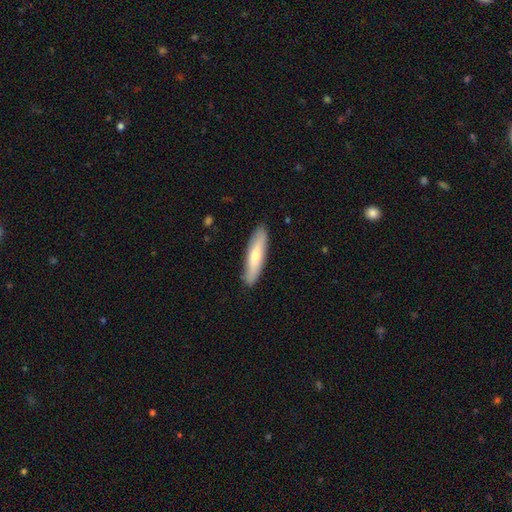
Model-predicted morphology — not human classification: Smooth or featured: smooth — 59% (featured or disk — 35%)
How rounded: cigar-shaped — 74% (in between — 25%)
Merging: none — 89% (minor disturbance — 9%)